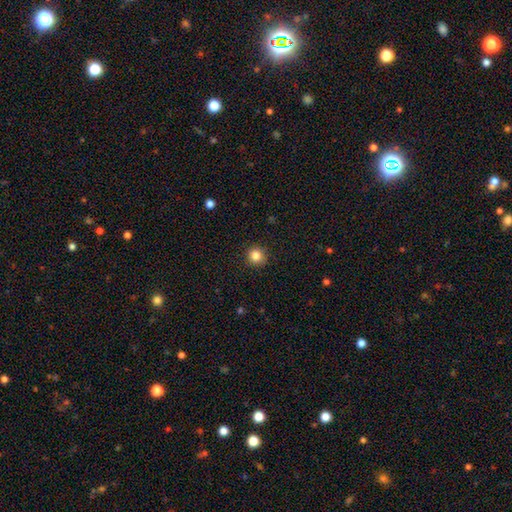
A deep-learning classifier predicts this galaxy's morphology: Smooth or featured? smooth (85%)
How rounded? round (94%)
Merging? none (91%)